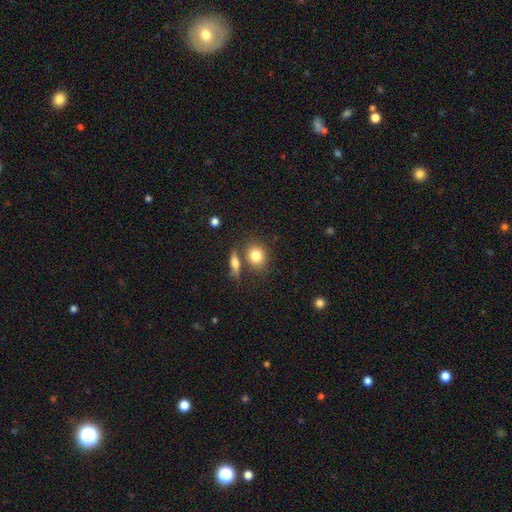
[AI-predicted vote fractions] The model was most divided on "how rounded": round: 62%, in between: 36%, cigar-shaped: 2%. More confident: smooth or featured — smooth (81%); merging — none (66%).